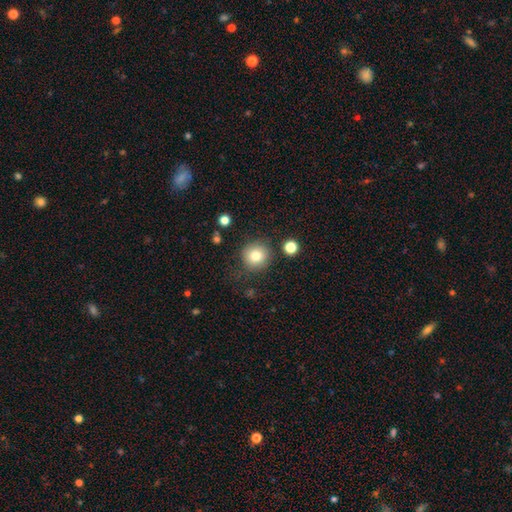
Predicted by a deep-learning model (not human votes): A smooth galaxy with no disk features (79%) that is round (93%).

Vote fractions:
- Smooth or featured? smooth: 79% / star or artifact: 11% / featured or disk: 10%
- How rounded? round: 93% / in between: 6% / cigar-shaped: 1%
- Merging? none: 83% / minor disturbance: 10% / major disturbance: 4% / merger: 3%